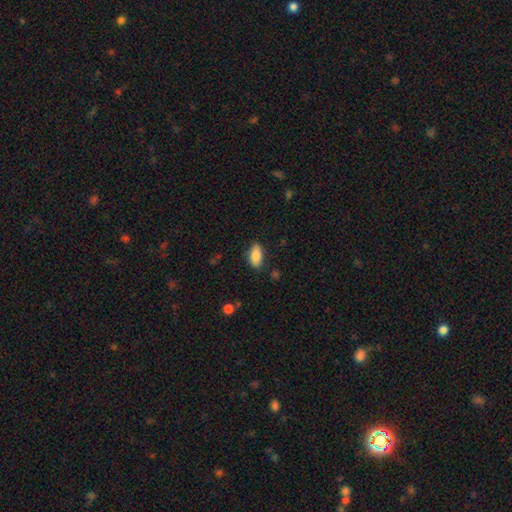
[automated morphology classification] The model was most divided on "merging": none: 84%, minor disturbance: 12%, major disturbance: 3%, merger: 2%. More confident: how rounded — in between (90%); smooth or featured — smooth (83%).